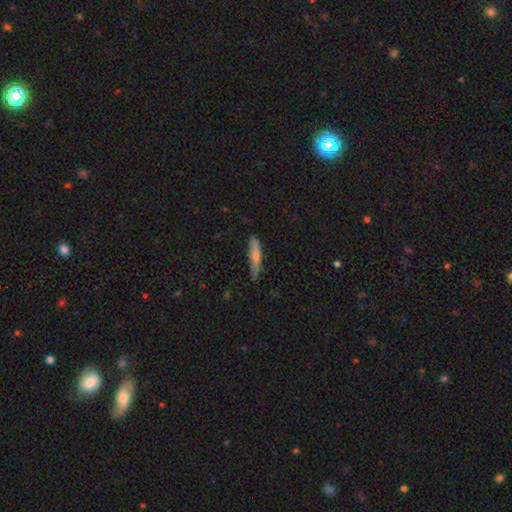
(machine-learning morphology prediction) Overall: smooth (58%; featured or disk 35%). How rounded: cigar-shaped (89%). Merging: none (74%).